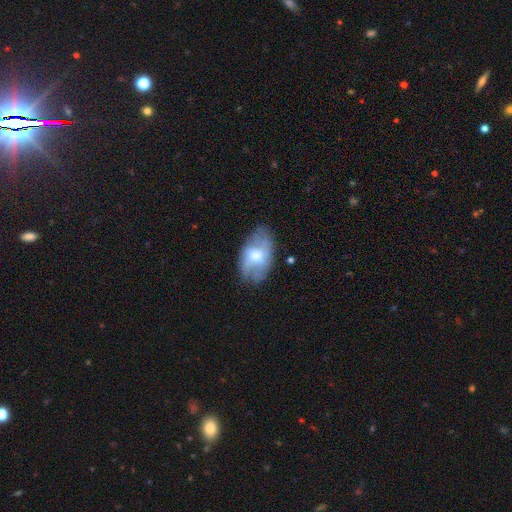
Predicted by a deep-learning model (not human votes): featured or disk 50%, smooth 42%, star or artifact 7%. Down the decision tree: edge-on disk — no (91%); merging — none (66%).